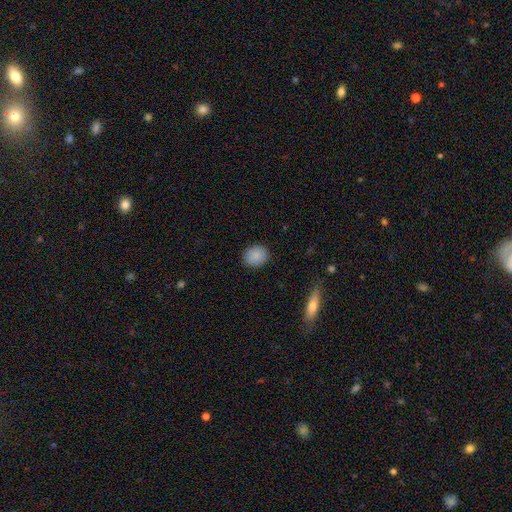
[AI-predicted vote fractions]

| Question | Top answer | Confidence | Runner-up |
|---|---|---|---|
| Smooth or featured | smooth | 88% | star or artifact (7%) |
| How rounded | round | 62% | in between (36%) |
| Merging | none | 89% | minor disturbance (8%) |